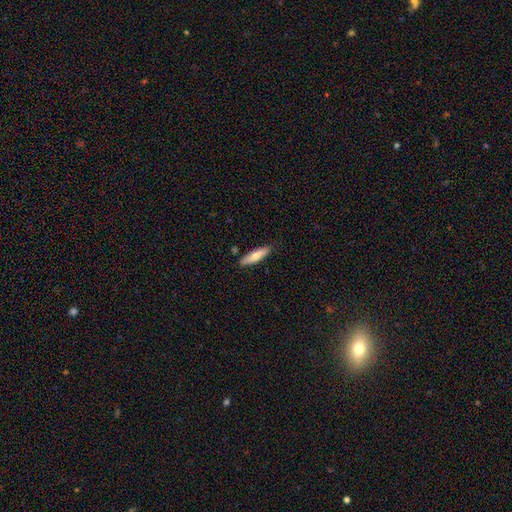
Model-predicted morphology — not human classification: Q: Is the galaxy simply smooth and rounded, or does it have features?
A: smooth — 68%.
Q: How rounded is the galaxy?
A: cigar-shaped — 62%.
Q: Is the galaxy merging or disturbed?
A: none — 87%.